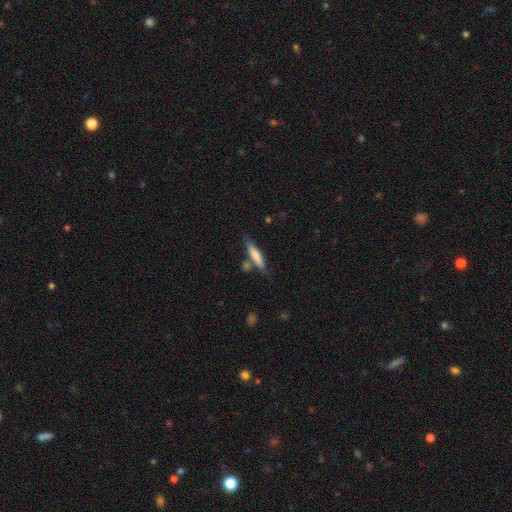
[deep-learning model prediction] This appears to be a smooth galaxy with no disk features (65%) that is cigar-shaped (85%). Merging: none (69%).